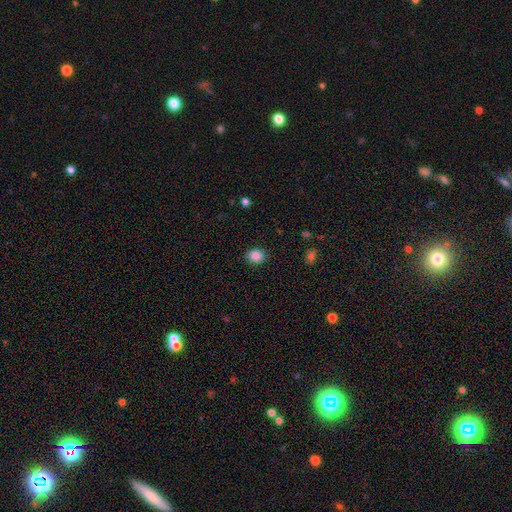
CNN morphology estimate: Q: Smooth or featured?
A: smooth (86%); runner-up: star or artifact (10%)
Q: How rounded?
A: round (61%); runner-up: in between (38%)
Q: Merging?
A: none (89%); runner-up: minor disturbance (7%)